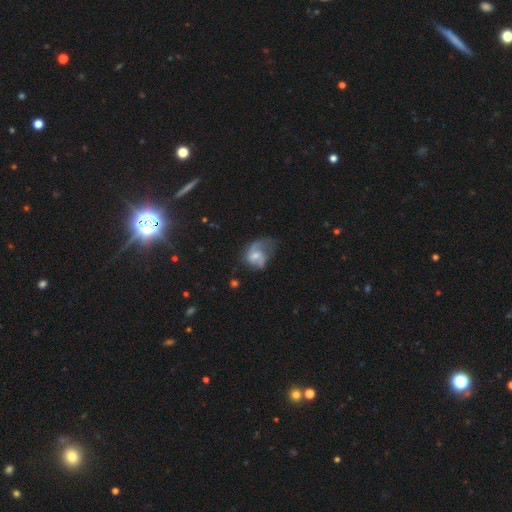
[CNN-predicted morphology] smooth-or-featured: featured or disk: 57% | smooth: 34% | star or artifact: 8%
  disk-edge-on: no: 97% | yes: 3%
    bar: no: 60% | weak: 34% | strong: 6%
    has-spiral-arms: yes: 76% | no: 24%
    bulge-size: small: 46% | moderate: 41% | none: 8% | large: 4% | dominant: 1%
  merging: major disturbance: 41% | none: 28% | minor disturbance: 27% | merger: 4%